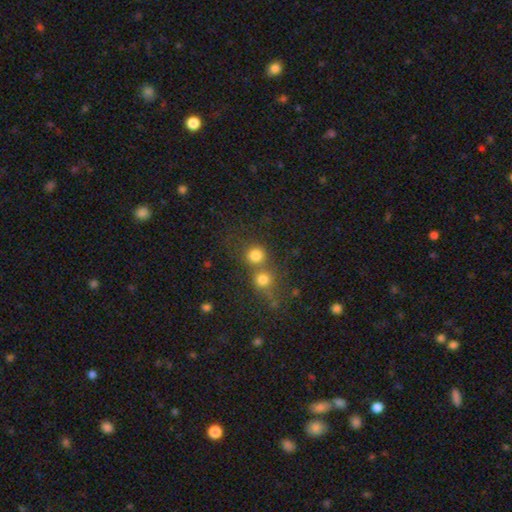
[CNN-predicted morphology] smooth_or_featured: smooth (p=0.79) [alt: star or artifact p=0.14]
how_rounded: round (p=0.89) [alt: in between p=0.10]
merging: none (p=0.50) [alt: merger p=0.39]